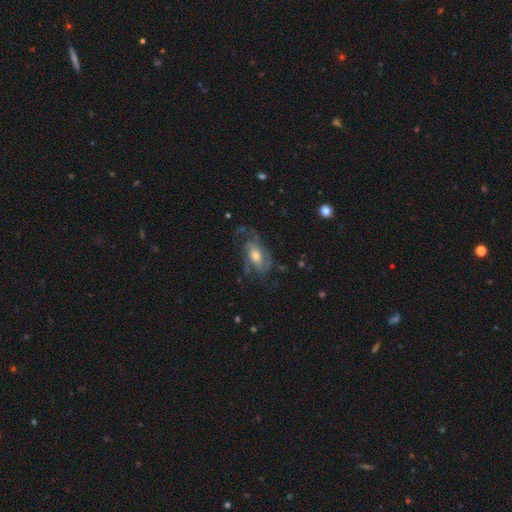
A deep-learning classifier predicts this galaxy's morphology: featured or disk 74%, smooth 19%, star or artifact 8%. Down the decision tree: edge-on disk — no (95%); bar — no (64%); spiral arms — yes (87%); spiral arm count — can't tell (32%); spiral winding — medium (43%); bulge size — moderate (60%); merging — none (53%).